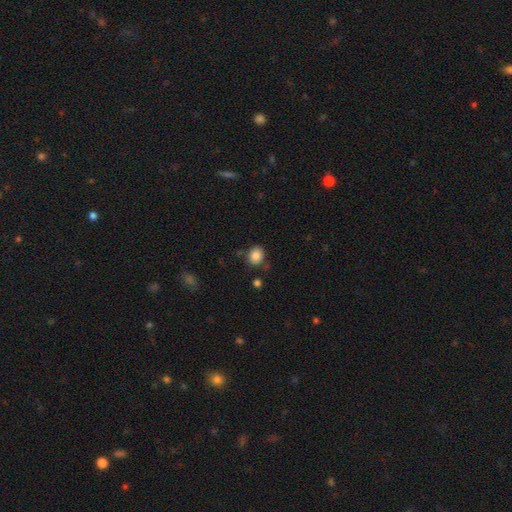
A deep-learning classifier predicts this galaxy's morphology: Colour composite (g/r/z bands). It shows a smooth galaxy with no disk features (85%) that is round (61%). Merging: none (77%).